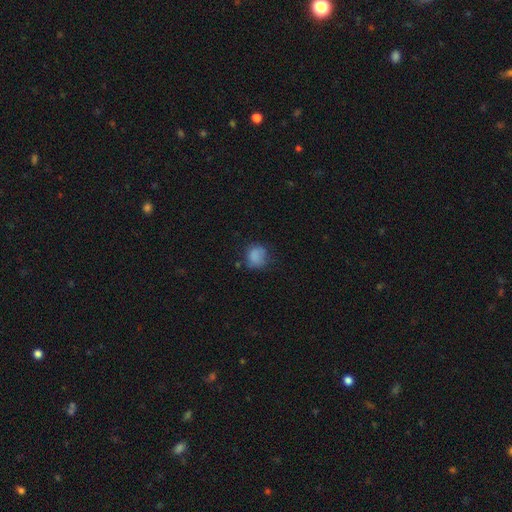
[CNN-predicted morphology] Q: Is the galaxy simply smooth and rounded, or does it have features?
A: smooth — 81%.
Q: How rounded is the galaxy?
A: round — 75%.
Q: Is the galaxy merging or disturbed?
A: none — 60%.